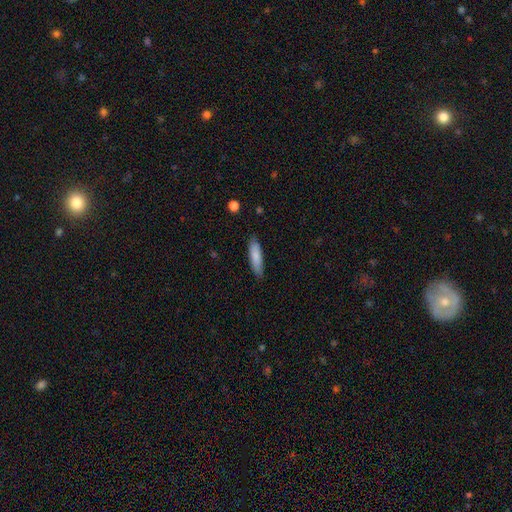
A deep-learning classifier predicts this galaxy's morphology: Smooth or featured? Predicted: smooth (p=0.83). How rounded? Predicted: cigar-shaped (p=0.65). Merging? Predicted: none (p=0.83).